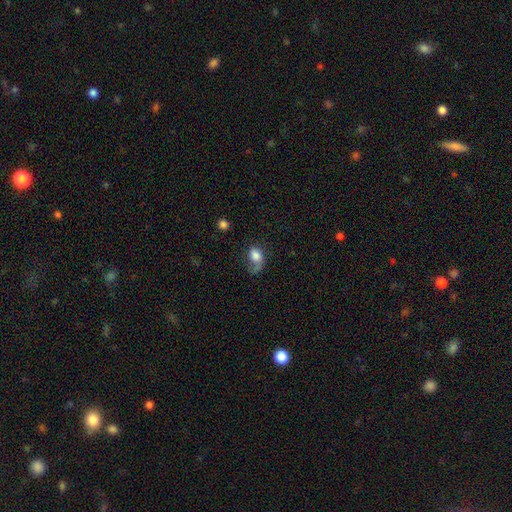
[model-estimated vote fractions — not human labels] This appears to be a smooth galaxy with no disk features (71%) that is in between round and cigar-shaped (74%). Merging: major disturbance (40%).